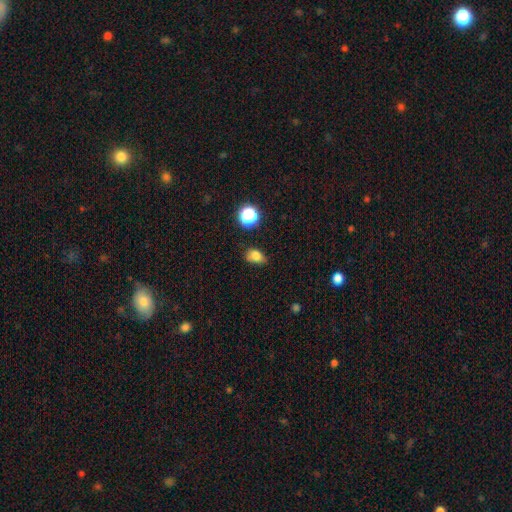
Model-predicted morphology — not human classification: smooth-or-featured: smooth: 80% | star or artifact: 13% | featured or disk: 7%
  how-rounded: in between: 73% | round: 26% | cigar-shaped: 2%
  merging: none: 68% | minor disturbance: 25% | major disturbance: 5% | merger: 3%